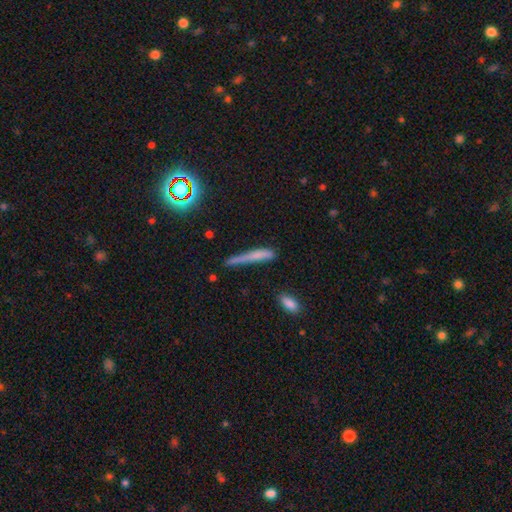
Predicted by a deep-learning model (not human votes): Smooth or featured? smooth (60%)
How rounded? cigar-shaped (92%)
Merging? none (54%)